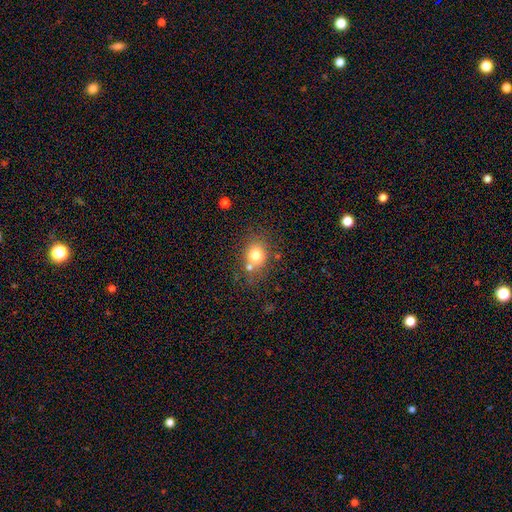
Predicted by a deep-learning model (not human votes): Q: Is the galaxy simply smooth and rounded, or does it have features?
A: smooth — 76%.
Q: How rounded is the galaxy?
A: round — 61%.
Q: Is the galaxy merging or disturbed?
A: none — 62%.